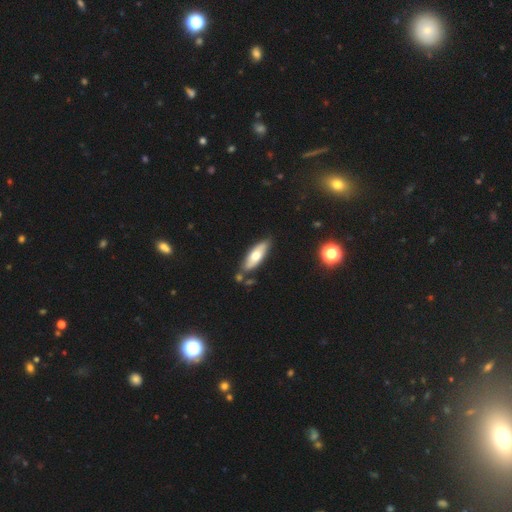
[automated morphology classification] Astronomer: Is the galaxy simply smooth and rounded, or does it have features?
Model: smooth — 61%.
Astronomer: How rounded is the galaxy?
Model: in between — 57% (runner-up: cigar-shaped, 41%).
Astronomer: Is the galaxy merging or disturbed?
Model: none — 76%.